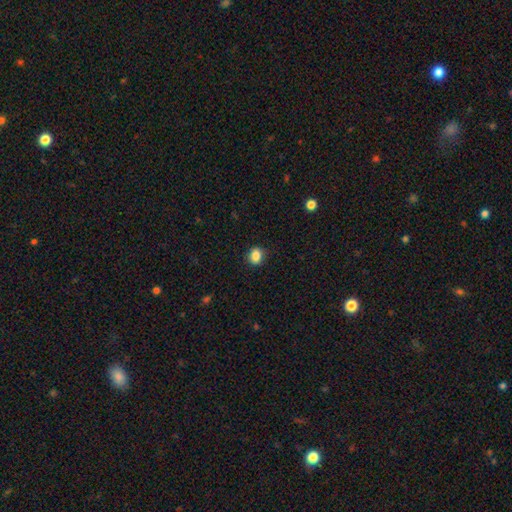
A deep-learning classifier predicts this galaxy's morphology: smooth 86%, star or artifact 10%, featured or disk 4%. Down the decision tree: how rounded — round (53%); merging — none (85%).